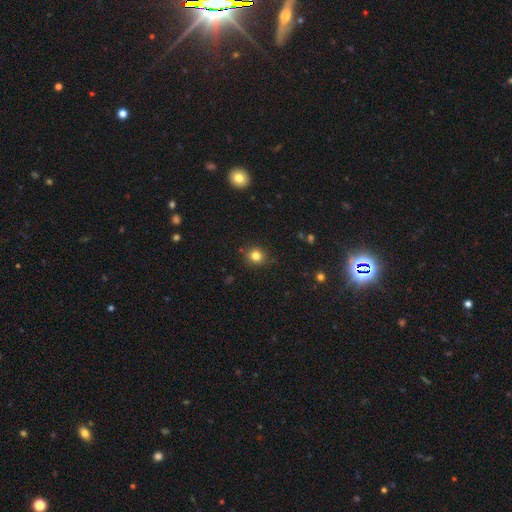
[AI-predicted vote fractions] A smooth galaxy with no disk features (81%) that is round (87%).

Vote fractions:
- Smooth or featured? smooth: 81% / star or artifact: 13% / featured or disk: 6%
- How rounded? round: 87% / in between: 12% / cigar-shaped: 1%
- Merging? none: 87% / minor disturbance: 9% / major disturbance: 2% / merger: 1%